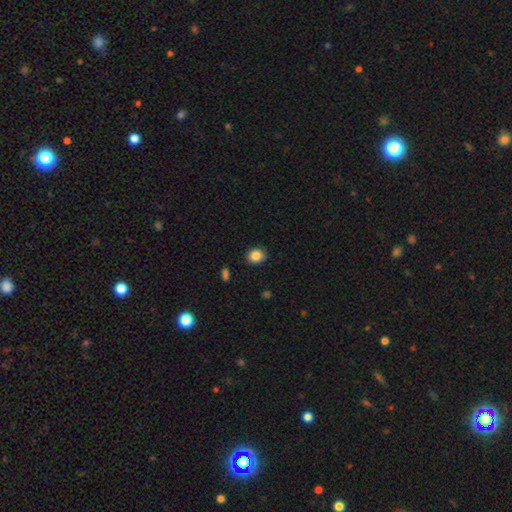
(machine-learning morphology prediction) smooth 86%, star or artifact 9%, featured or disk 5%. Down the decision tree: how rounded — round (69%); merging — none (88%).